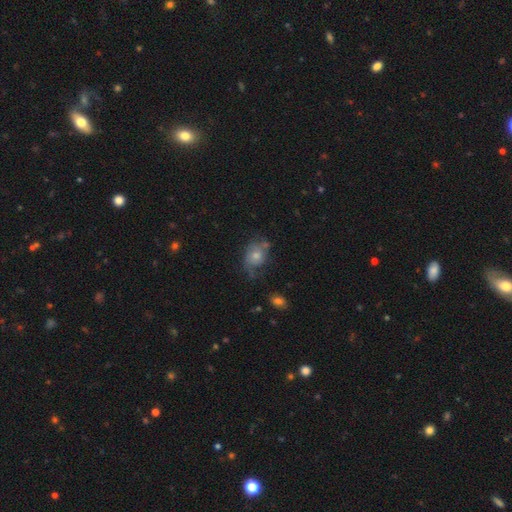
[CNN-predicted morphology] smooth_or_featured: smooth (p=0.57) [alt: featured or disk p=0.34]
how_rounded: in between (p=0.58) [alt: round p=0.41]
merging: none (p=0.43) [alt: minor disturbance p=0.31]